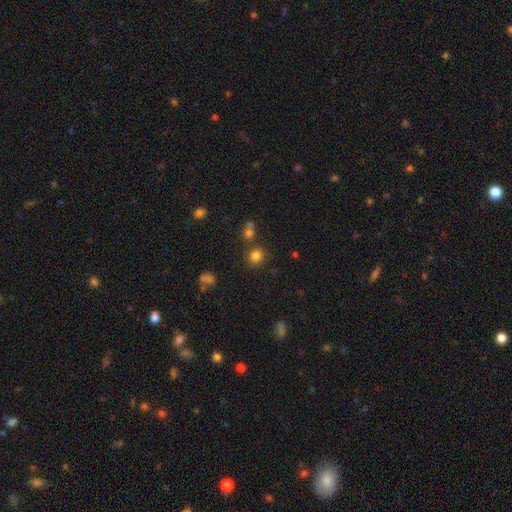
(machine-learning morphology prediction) This appears to be a smooth galaxy with no disk features (79%) that is round (89%). Merging: none (77%).